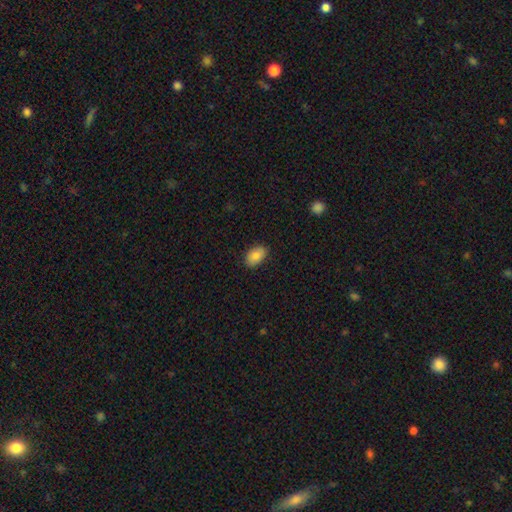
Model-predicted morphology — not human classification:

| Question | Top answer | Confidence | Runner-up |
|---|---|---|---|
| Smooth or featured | smooth | 85% | star or artifact (7%) |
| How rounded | in between | 90% | round (9%) |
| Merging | none | 86% | minor disturbance (11%) |